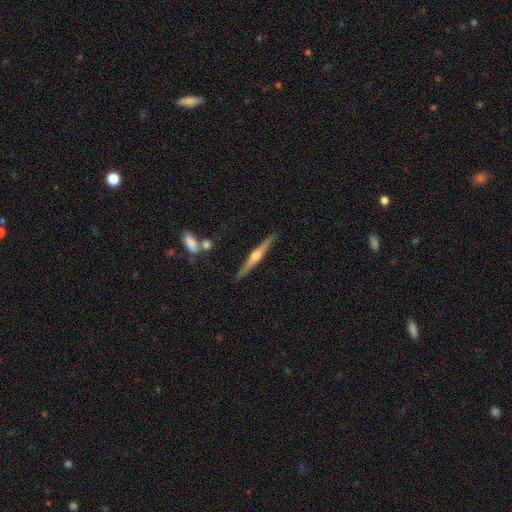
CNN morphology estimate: Smooth or featured: featured or disk — 75% (smooth — 20%)
Edge-on disk: yes — 98% (no — 2%)
Edge-on bulge: rounded — 90% (none — 5%)
Merging: none — 88% (minor disturbance — 7%)